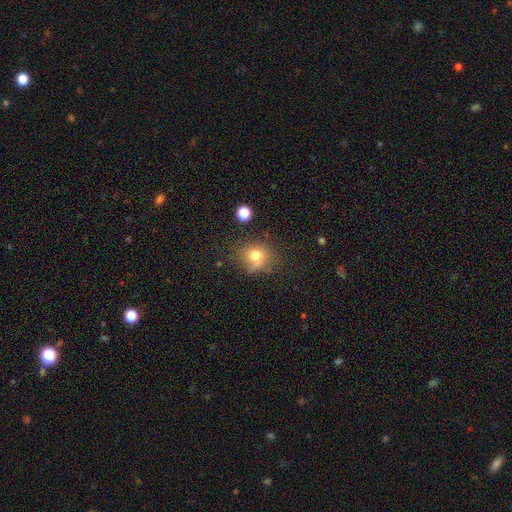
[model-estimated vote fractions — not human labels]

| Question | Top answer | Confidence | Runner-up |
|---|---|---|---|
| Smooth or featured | smooth | 74% | star or artifact (14%) |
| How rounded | round | 73% | in between (26%) |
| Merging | none | 59% | minor disturbance (23%) |